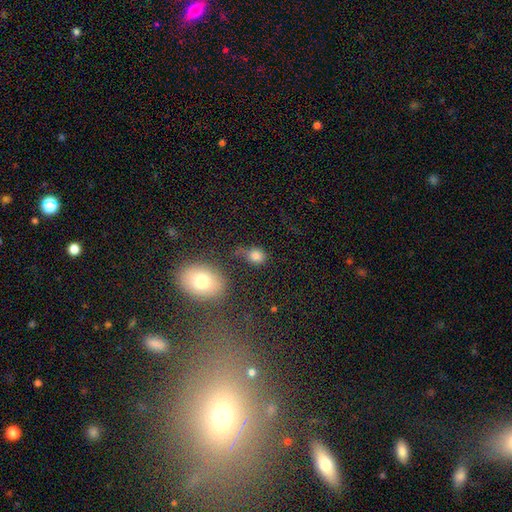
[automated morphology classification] smooth-or-featured: smooth: 80% | star or artifact: 13% | featured or disk: 8%
  how-rounded: round: 54% | in between: 44% | cigar-shaped: 2%
  merging: none: 50% | minor disturbance: 24% | major disturbance: 13% | merger: 13%